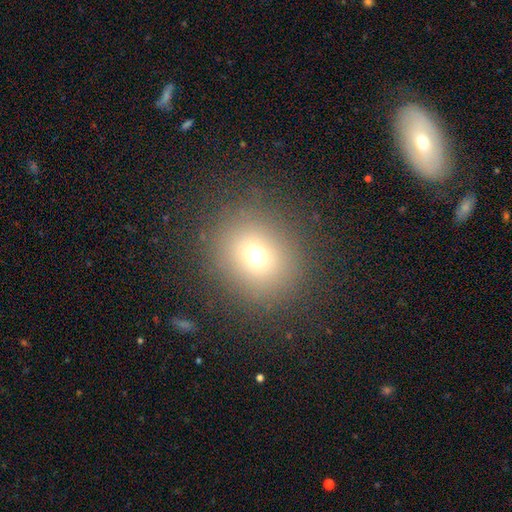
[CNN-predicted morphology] This appears to be a smooth galaxy with no disk features (68%) that is round (82%). Merging: none (84%).